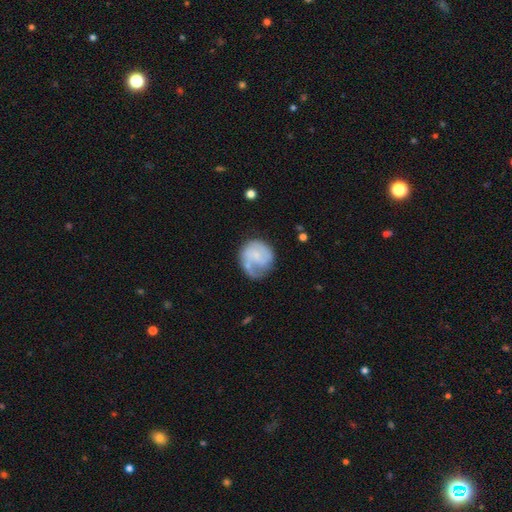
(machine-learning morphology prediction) A featured or disk galaxy (52%) with no bar (59%), spiral arms (76%) and a small central bulge (50%).

Vote fractions:
- Smooth or featured? featured or disk: 52% / smooth: 41% / star or artifact: 7%
- Edge-on disk? no: 98% / yes: 2%
- Bar? no: 59% / weak: 34% / strong: 7%
- Spiral arms? yes: 76% / no: 24%
- Bulge size? small: 50% / none: 30% / moderate: 16% / large: 2% / dominant: 1%
- Merging? none: 48% / minor disturbance: 26% / major disturbance: 20% / merger: 7%